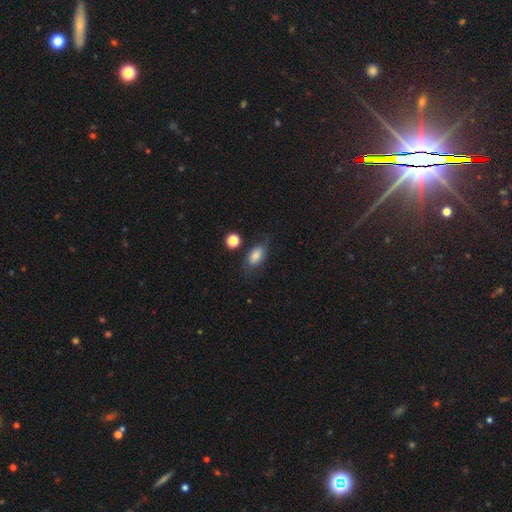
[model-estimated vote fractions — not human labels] smooth 76%, featured or disk 14%, star or artifact 10%. Down the decision tree: how rounded — in between (86%); merging — none (60%).